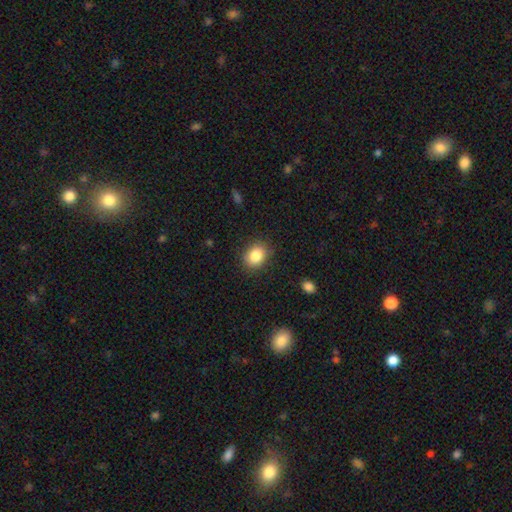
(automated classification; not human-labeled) Q: Smooth or featured?
A: smooth (84%); runner-up: star or artifact (9%)
Q: How rounded?
A: round (55%); runner-up: in between (44%)
Q: Merging?
A: none (85%); runner-up: minor disturbance (11%)